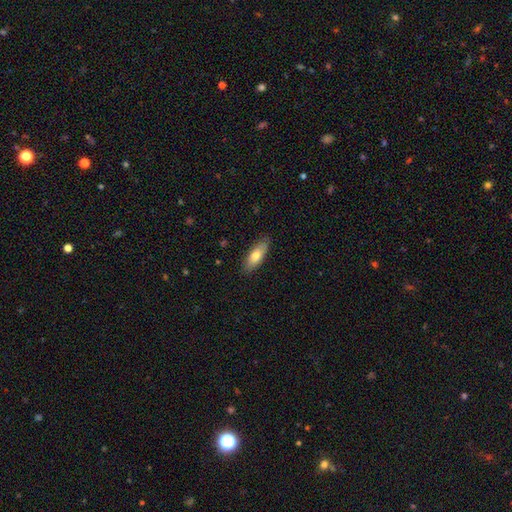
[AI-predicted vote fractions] The model was most divided on "how rounded": in between: 72%, cigar-shaped: 26%, round: 2%. More confident: merging — none (86%); smooth or featured — smooth (72%).